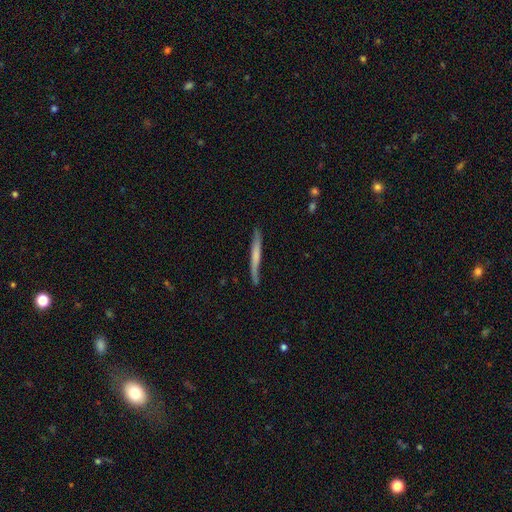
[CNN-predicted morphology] A smooth galaxy with no disk features (51%) that is cigar-shaped (96%). Merging: none (78%).